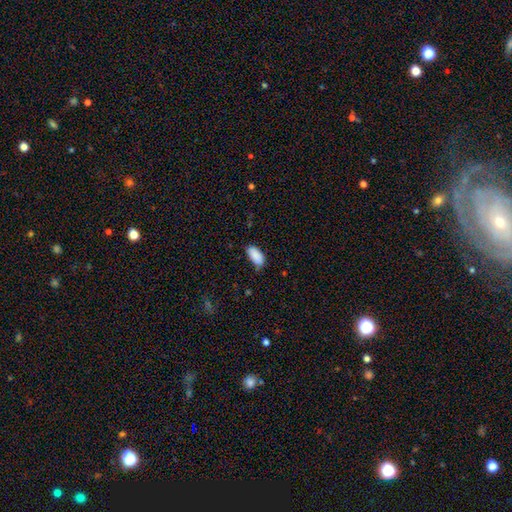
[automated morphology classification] This is clearly a smooth galaxy (89%). How rounded: clearly in between (93%). Merging: likely none (70%).